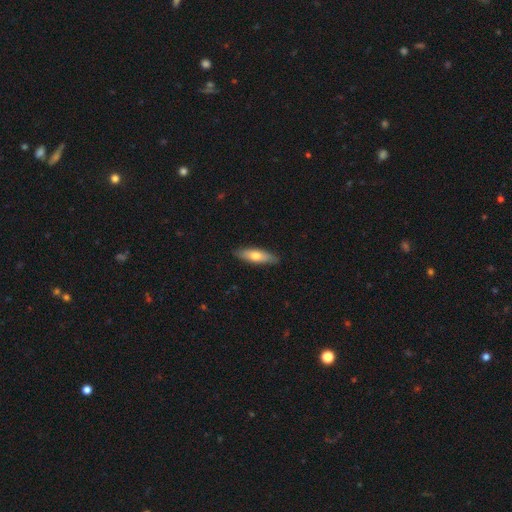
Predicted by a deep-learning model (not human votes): This is likely a smooth galaxy (66%). How rounded: possibly cigar-shaped (52%). Merging: clearly none (87%).